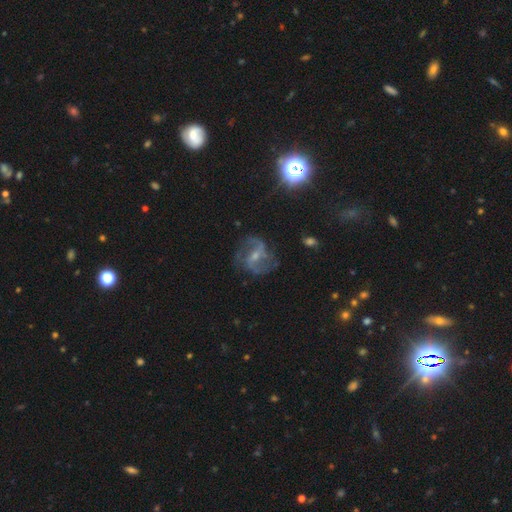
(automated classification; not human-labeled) This appears to be a featured or disk galaxy (81%) with a weak bar (50%), 2 (75%) medium (48%) spiral arms (92%) and a small central bulge (53%). Merging: none (67%).